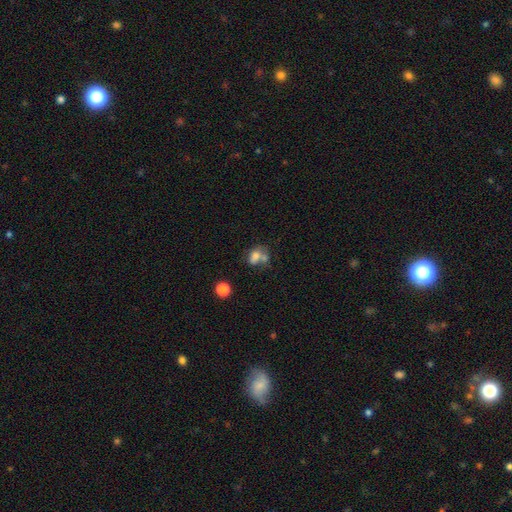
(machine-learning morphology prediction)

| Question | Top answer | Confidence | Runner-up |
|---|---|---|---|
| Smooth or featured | smooth | 68% | featured or disk (20%) |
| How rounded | in between | 60% | round (38%) |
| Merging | merger | 49% | none (28%) |